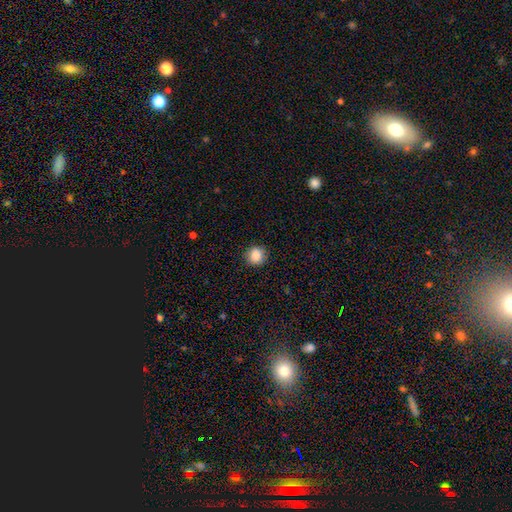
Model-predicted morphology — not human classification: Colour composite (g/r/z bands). It shows a smooth galaxy with no disk features (86%) that is round (90%). Merging: none (89%).